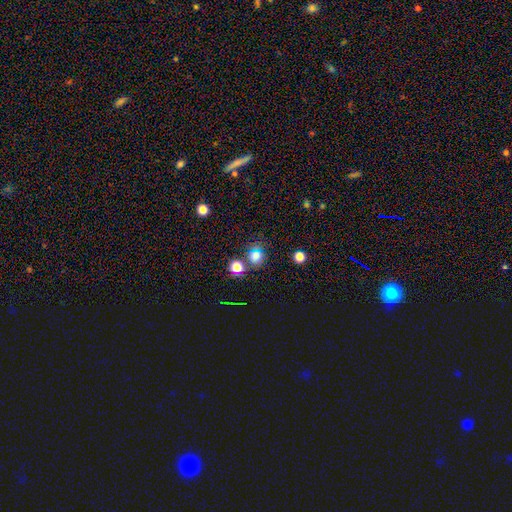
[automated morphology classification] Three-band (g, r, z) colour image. It shows a smooth galaxy with no disk features (60%) that is round (81%). Merging: none (75%).